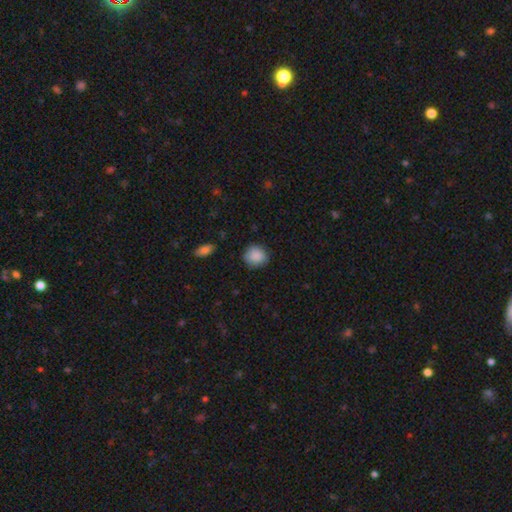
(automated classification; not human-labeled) The model was most divided on "how rounded": round: 82%, in between: 17%, cigar-shaped: 1%. More confident: smooth or featured — smooth (88%); merging — none (82%).